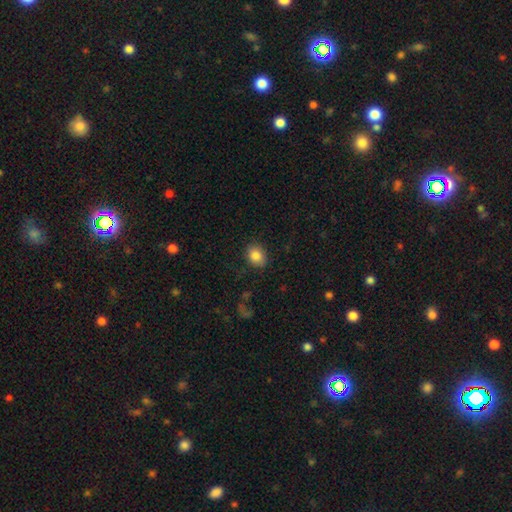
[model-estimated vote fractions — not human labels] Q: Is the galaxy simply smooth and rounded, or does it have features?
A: smooth — 85%.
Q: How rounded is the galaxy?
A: in between — 56%.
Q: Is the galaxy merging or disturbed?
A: none — 84%.